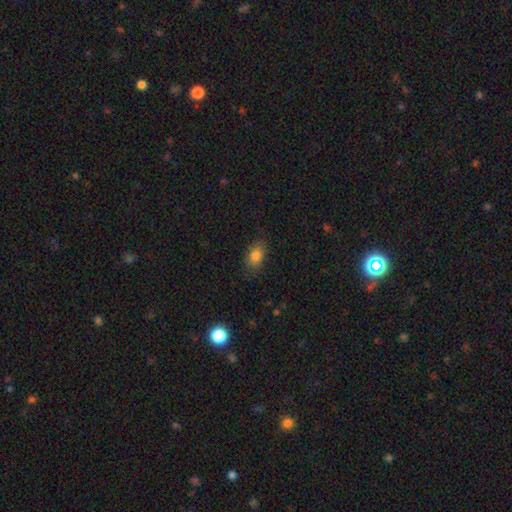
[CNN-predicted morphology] A smooth galaxy with no disk features (82%) that is in between round and cigar-shaped (86%).

Vote fractions:
- Smooth or featured? smooth: 82% / star or artifact: 9% / featured or disk: 8%
- How rounded? in between: 86% / round: 12% / cigar-shaped: 2%
- Merging? none: 81% / minor disturbance: 15% / major disturbance: 3% / merger: 1%